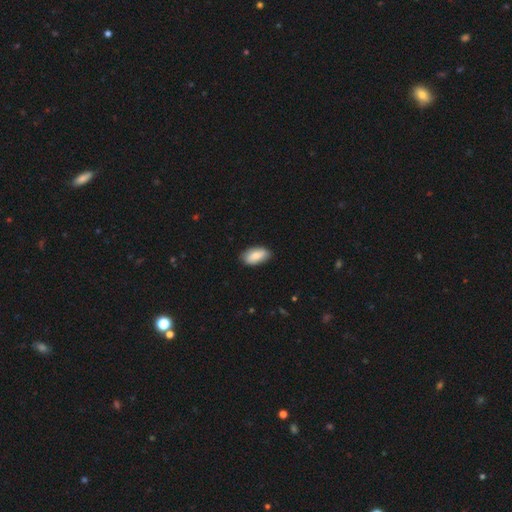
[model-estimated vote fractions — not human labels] Smooth or featured: smooth — 81% (featured or disk — 12%)
How rounded: in between — 94% (cigar-shaped — 3%)
Merging: none — 85% (minor disturbance — 12%)